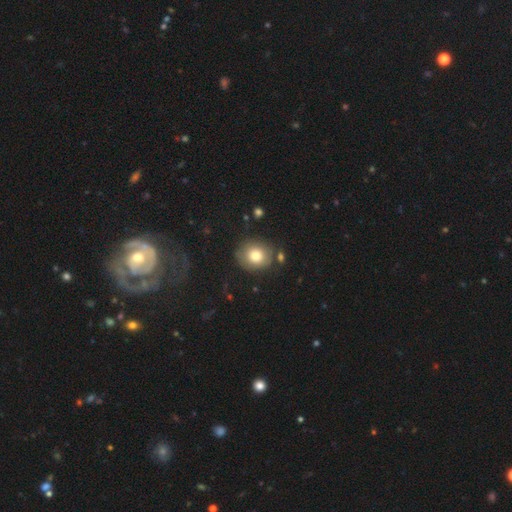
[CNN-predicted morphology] The model was most divided on "how rounded": round: 75%, in between: 24%, cigar-shaped: 1%. More confident: smooth or featured — smooth (78%); merging — none (76%).